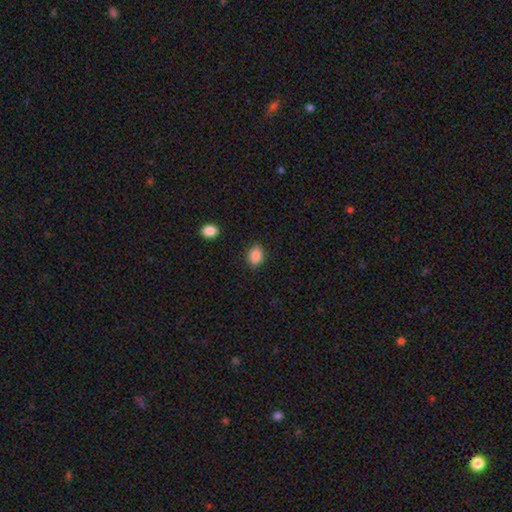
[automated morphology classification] The model was most divided on "how rounded": in between: 76%, round: 22%, cigar-shaped: 1%. More confident: smooth or featured — smooth (88%); merging — none (86%).